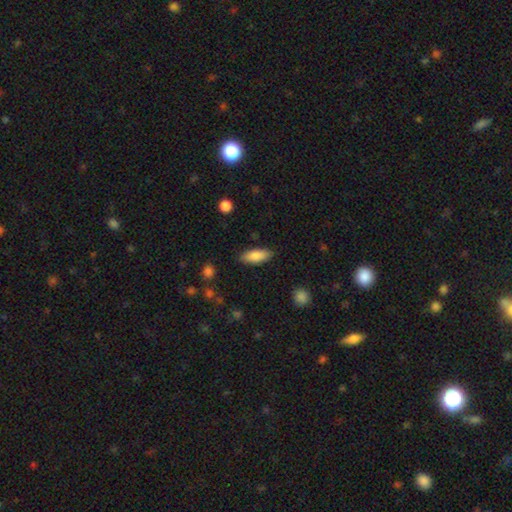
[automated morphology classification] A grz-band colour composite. It shows a smooth galaxy with no disk features (84%) that is in between round and cigar-shaped (75%). Merging: none (86%).